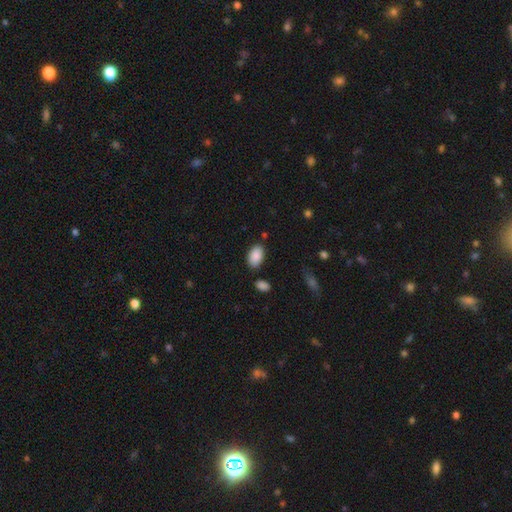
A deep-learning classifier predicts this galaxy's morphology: Smooth or featured? Predicted: smooth (p=0.89). How rounded? Predicted: in between (p=0.93). Merging? Predicted: none (p=0.80).